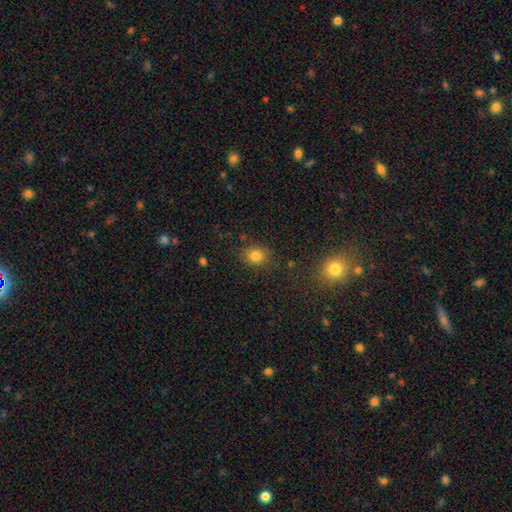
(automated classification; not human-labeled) A smooth galaxy with no disk features (81%) that is round (58%).

Vote fractions:
- Smooth or featured? smooth: 81% / star or artifact: 13% / featured or disk: 6%
- How rounded? round: 58% / in between: 41% / cigar-shaped: 1%
- Merging? none: 81% / minor disturbance: 12% / major disturbance: 4% / merger: 3%